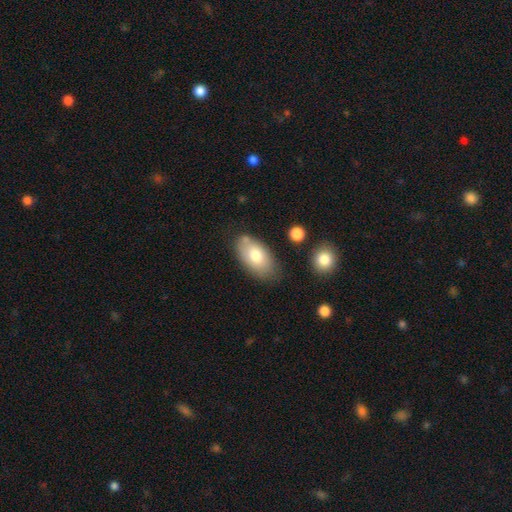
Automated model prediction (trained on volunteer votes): Smooth or featured?
  - smooth: 74% *
  - featured or disk: 19%
  - star or artifact: 7%
How rounded?
  - in between: 93% *
  - round: 5%
  - cigar-shaped: 2%
Merging?
  - none: 72% *
  - minor disturbance: 18%
  - merger: 6%
  - major disturbance: 4%